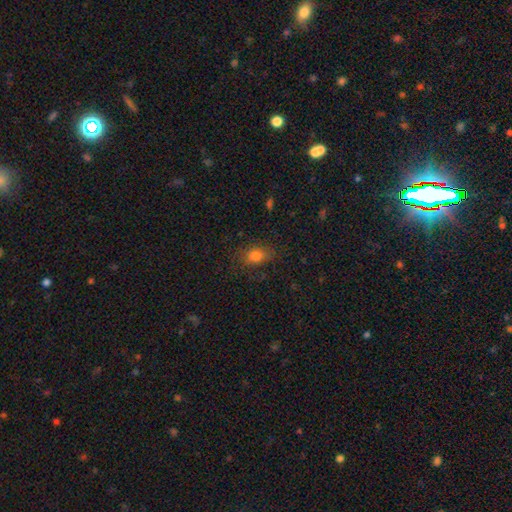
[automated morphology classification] Overall: smooth (79%). How rounded: in between (75%). Merging: none (78%).